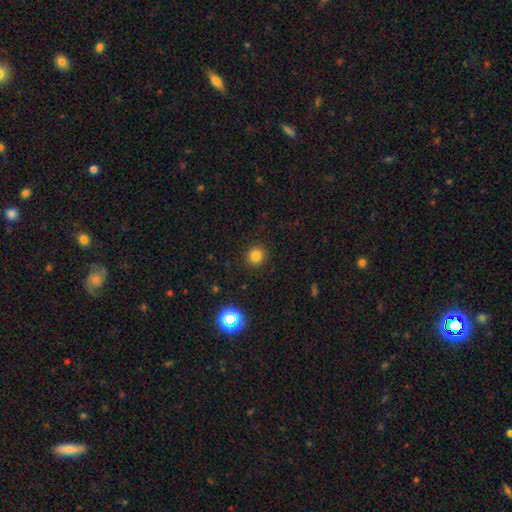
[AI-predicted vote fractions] smooth-or-featured: smooth: 79% | star or artifact: 15% | featured or disk: 5%
  how-rounded: round: 90% | in between: 9% | cigar-shaped: 1%
  merging: none: 90% | minor disturbance: 6% | major disturbance: 2% | merger: 1%